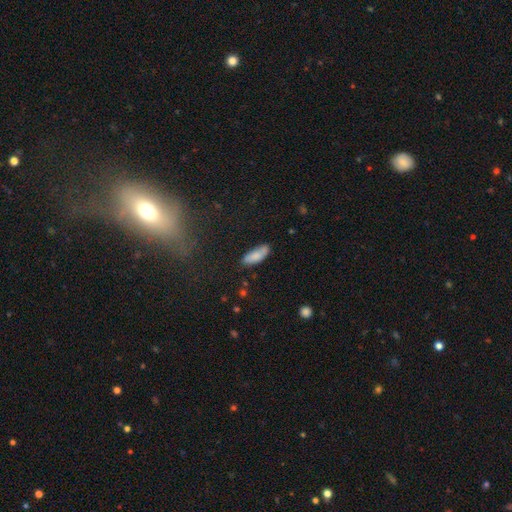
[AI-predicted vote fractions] Overall: smooth (82%). How rounded: in between (70%). Merging: none (76%).